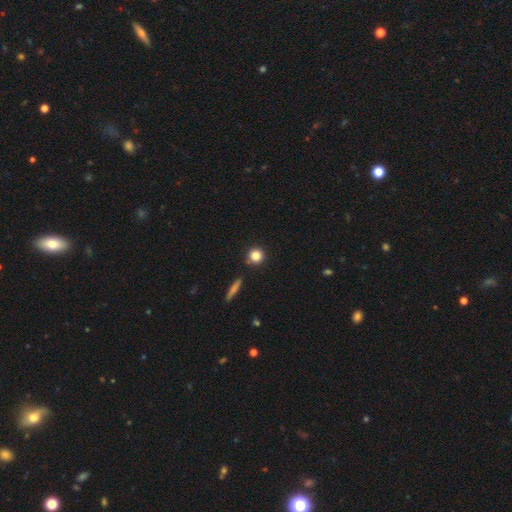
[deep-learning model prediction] Overall: smooth (83%). How rounded: round (91%). Merging: none (85%).